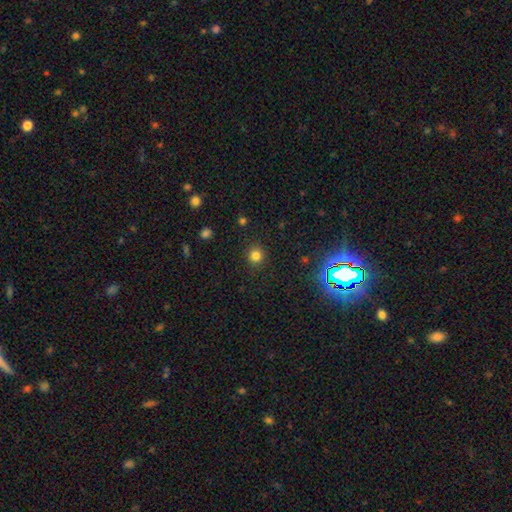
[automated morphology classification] smooth-or-featured: smooth: 81% | star or artifact: 15% | featured or disk: 5%
  how-rounded: round: 90% | in between: 9% | cigar-shaped: 1%
  merging: none: 90% | minor disturbance: 7% | major disturbance: 2% | merger: 1%